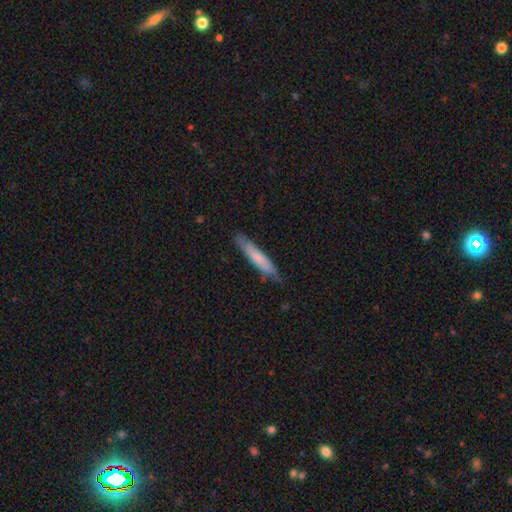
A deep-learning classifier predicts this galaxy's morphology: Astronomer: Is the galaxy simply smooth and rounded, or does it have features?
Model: smooth — 69%.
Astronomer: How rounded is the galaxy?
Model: cigar-shaped — 92%.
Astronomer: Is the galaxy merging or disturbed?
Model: none — 80%.